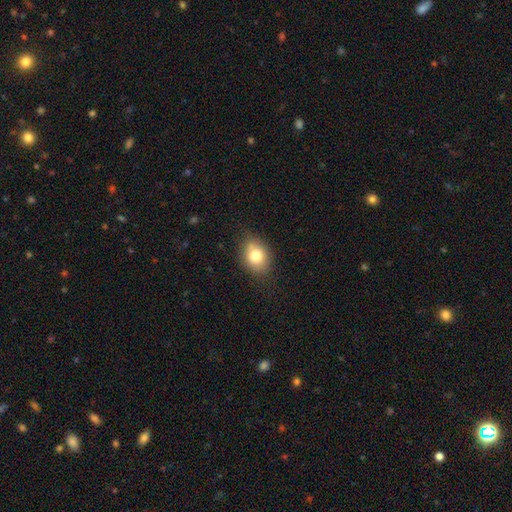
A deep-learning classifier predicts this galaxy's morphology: This is likely a smooth galaxy (77%). How rounded: possibly in between (53%). Merging: likely none (76%).